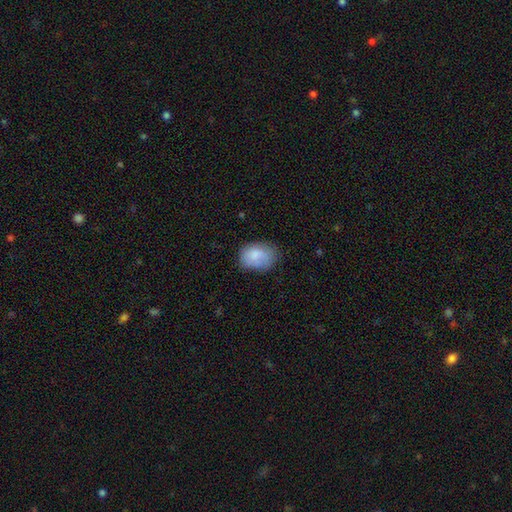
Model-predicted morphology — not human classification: Q: Smooth or featured?
A: smooth (81%); runner-up: featured or disk (11%)
Q: How rounded?
A: in between (75%); runner-up: round (24%)
Q: Merging?
A: none (61%); runner-up: minor disturbance (28%)